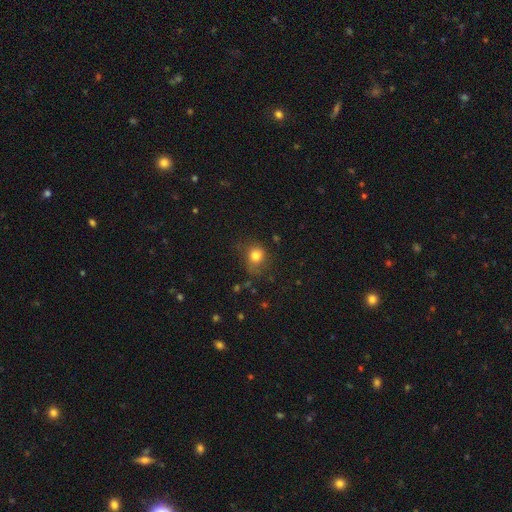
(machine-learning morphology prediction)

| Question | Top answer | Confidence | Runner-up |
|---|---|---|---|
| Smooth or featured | smooth | 79% | star or artifact (13%) |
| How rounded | round | 72% | in between (27%) |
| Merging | none | 61% | minor disturbance (25%) |